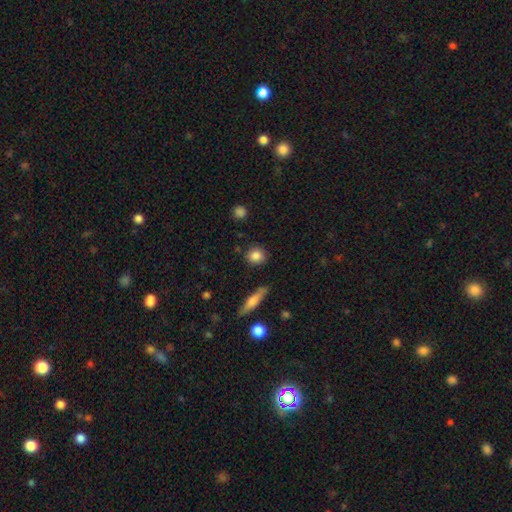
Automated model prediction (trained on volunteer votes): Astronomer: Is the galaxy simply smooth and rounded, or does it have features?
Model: smooth — 84%.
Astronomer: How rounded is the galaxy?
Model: round — 84%.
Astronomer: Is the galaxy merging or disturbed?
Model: none — 86%.